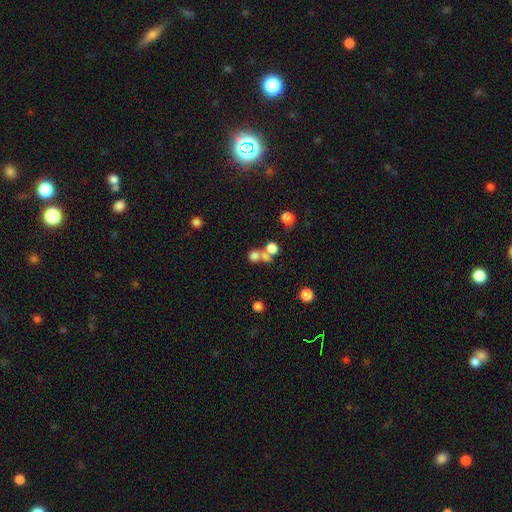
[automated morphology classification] A smooth galaxy with no disk features (71%) that is round (81%). Merging: merger (46%).